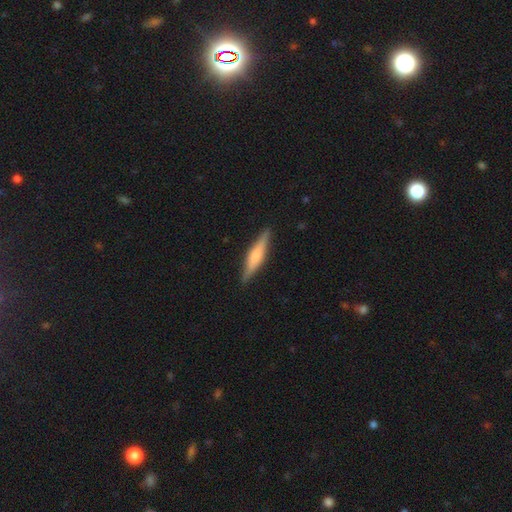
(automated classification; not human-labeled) Q: Smooth or featured?
A: featured or disk (57%); runner-up: smooth (37%)
Q: Edge-on disk?
A: yes (97%); runner-up: no (3%)
Q: Edge-on bulge?
A: rounded (60%); runner-up: boxy (29%)
Q: Merging?
A: none (89%); runner-up: minor disturbance (8%)